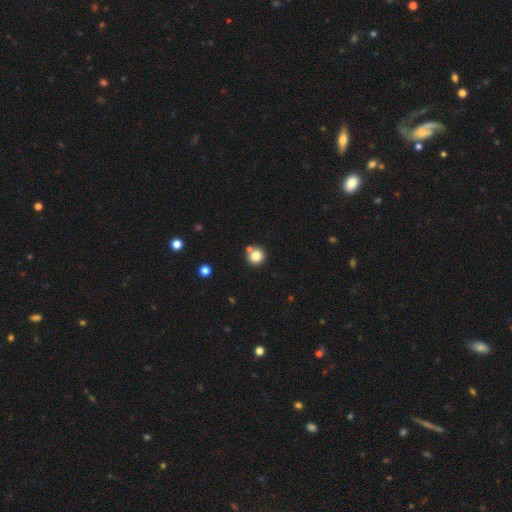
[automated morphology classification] This appears to be a smooth galaxy with no disk features (81%) that is round (93%). Merging: none (73%).